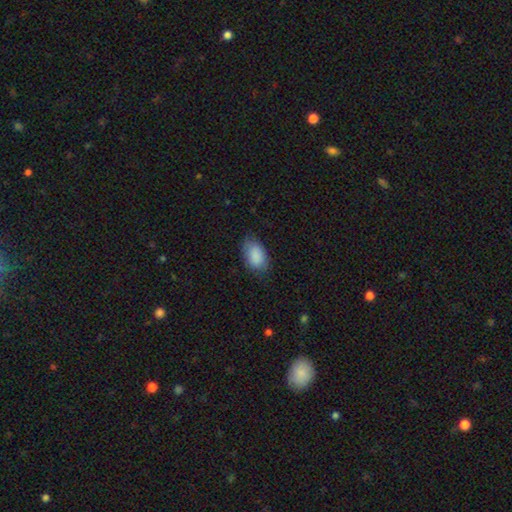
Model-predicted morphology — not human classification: A smooth galaxy with no disk features (88%) that is in between round and cigar-shaped (92%).

Vote fractions:
- Smooth or featured? smooth: 88% / star or artifact: 7% / featured or disk: 5%
- How rounded? in between: 92% / round: 7% / cigar-shaped: 2%
- Merging? none: 73% / minor disturbance: 21% / major disturbance: 5% / merger: 1%